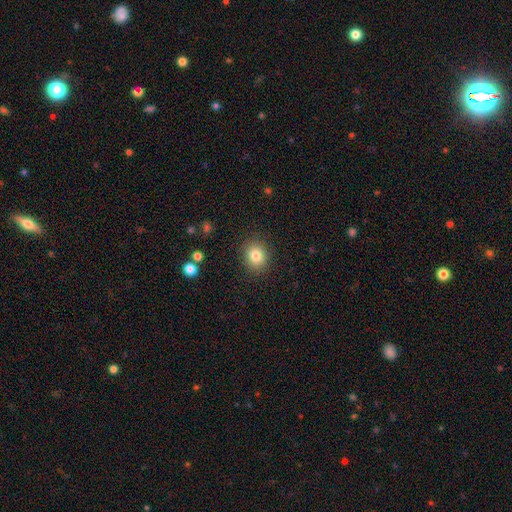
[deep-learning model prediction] The model was most divided on "how rounded": round: 72%, in between: 27%, cigar-shaped: 1%. More confident: merging — none (89%); smooth or featured — smooth (82%).